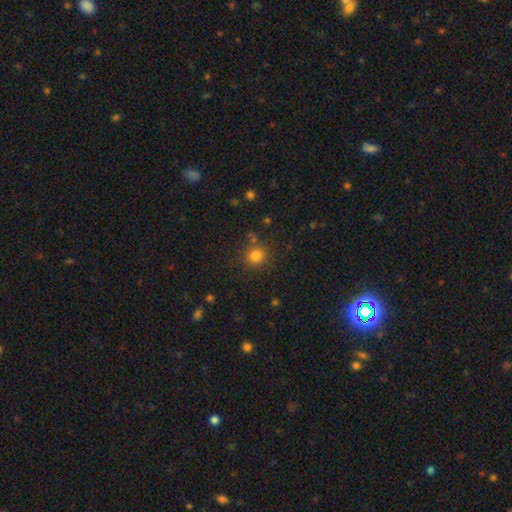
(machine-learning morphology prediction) smooth_or_featured: smooth (p=0.79) [alt: star or artifact p=0.15]
how_rounded: round (p=0.88) [alt: in between p=0.11]
merging: none (p=0.80) [alt: minor disturbance p=0.10]